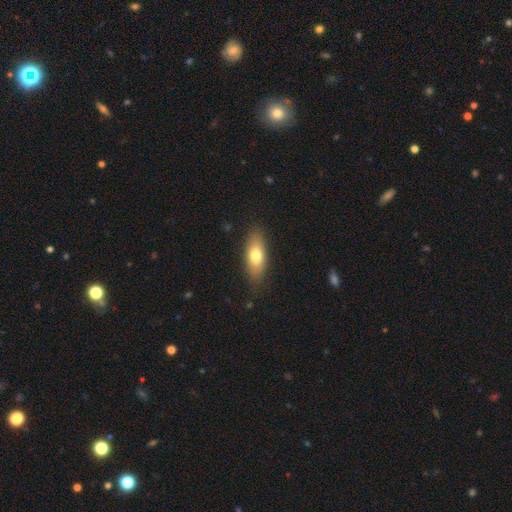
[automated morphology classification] Smooth or featured? Predicted: smooth (p=0.74). How rounded? Predicted: in between (p=0.76). Merging? Predicted: none (p=0.83).